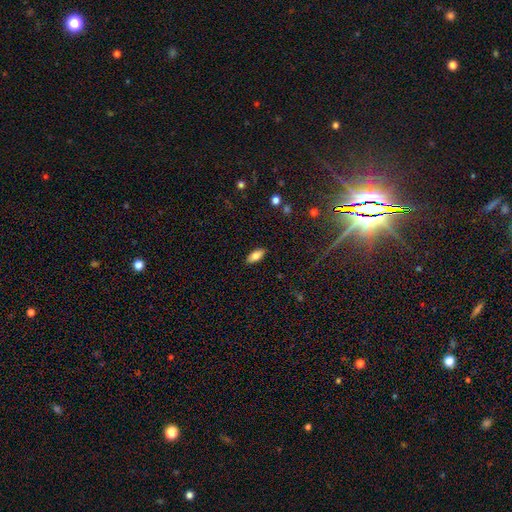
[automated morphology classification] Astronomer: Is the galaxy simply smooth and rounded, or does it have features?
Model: smooth — 79%.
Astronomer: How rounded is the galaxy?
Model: in between — 86%.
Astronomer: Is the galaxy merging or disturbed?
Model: none — 88%.